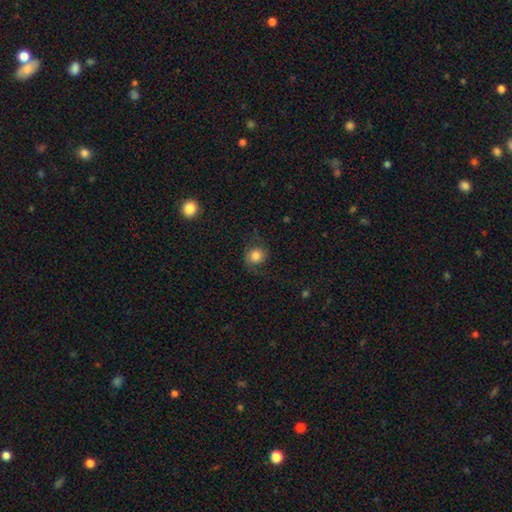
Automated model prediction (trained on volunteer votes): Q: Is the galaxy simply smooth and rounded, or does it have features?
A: smooth — 60%.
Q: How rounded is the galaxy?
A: round — 82%.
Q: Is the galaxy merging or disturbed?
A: none — 66%.